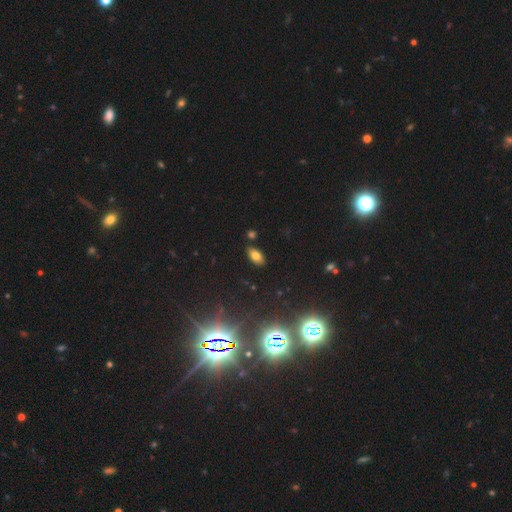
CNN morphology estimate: Overall: smooth (74%). How rounded: in between (92%). Merging: none (85%).